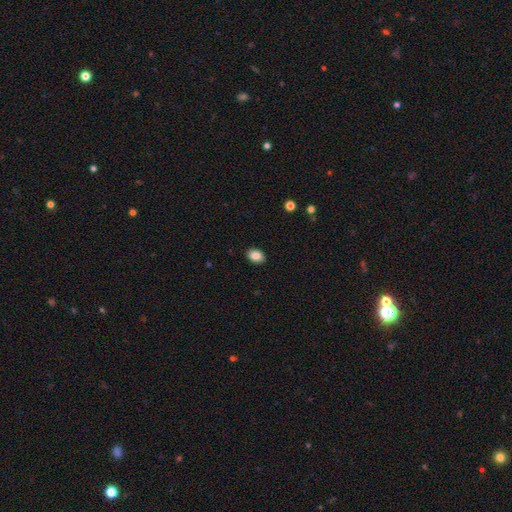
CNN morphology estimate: Overall: smooth (86%). How rounded: in between (77%). Merging: none (90%).